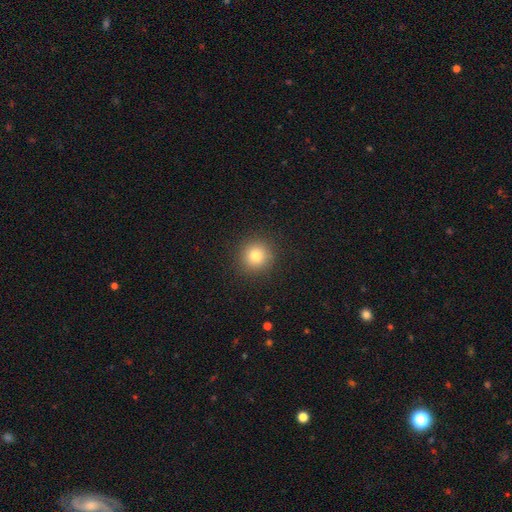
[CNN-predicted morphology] Overall: smooth (79%). How rounded: round (94%). Merging: none (91%).